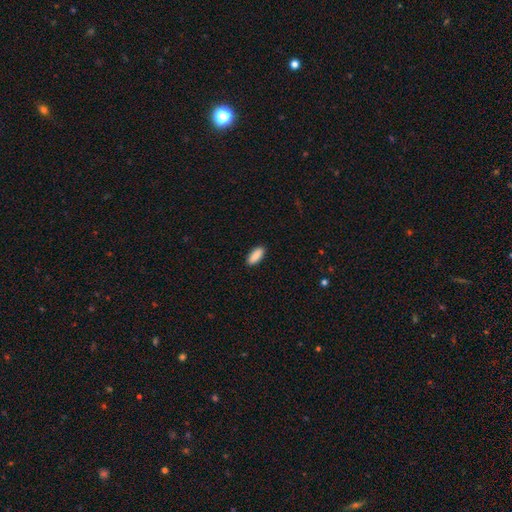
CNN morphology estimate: Smooth or featured? Predicted: smooth (p=0.90). How rounded? Predicted: in between (p=0.81). Merging? Predicted: none (p=0.90).